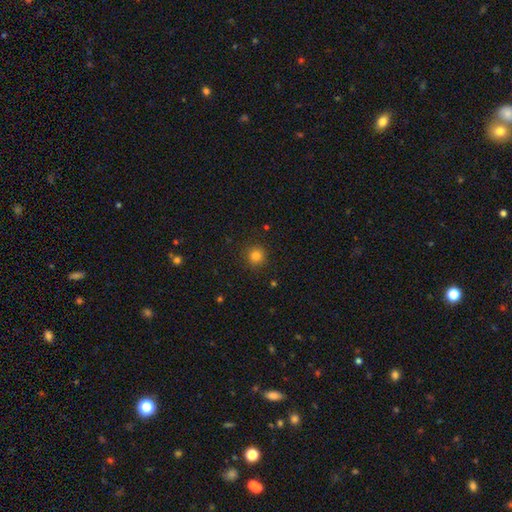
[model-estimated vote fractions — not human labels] Smooth or featured?
  - smooth: 81% *
  - star or artifact: 14%
  - featured or disk: 5%
How rounded?
  - round: 93% *
  - in between: 6%
  - cigar-shaped: 1%
Merging?
  - none: 89% *
  - minor disturbance: 7%
  - major disturbance: 2%
  - merger: 1%